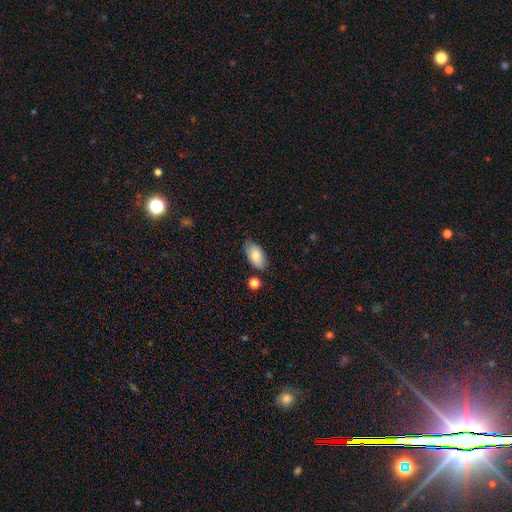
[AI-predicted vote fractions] This appears to be a smooth galaxy with no disk features (83%) that is in between round and cigar-shaped (94%). Merging: none (73%).